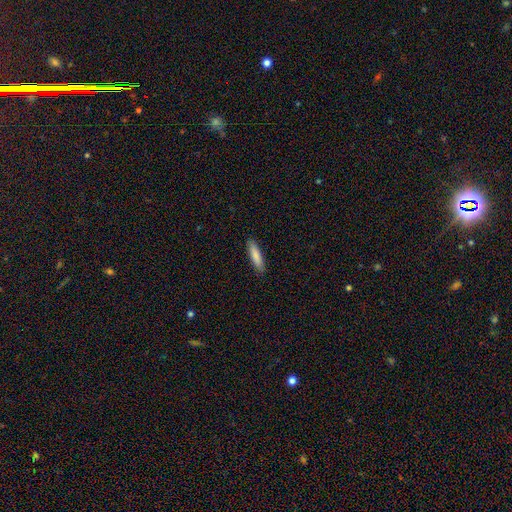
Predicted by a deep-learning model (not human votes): smooth-or-featured: smooth: 84% | featured or disk: 10% | star or artifact: 5%
  how-rounded: cigar-shaped: 78% | in between: 21% | round: 1%
  merging: none: 90% | minor disturbance: 8% | major disturbance: 2% | merger: 1%